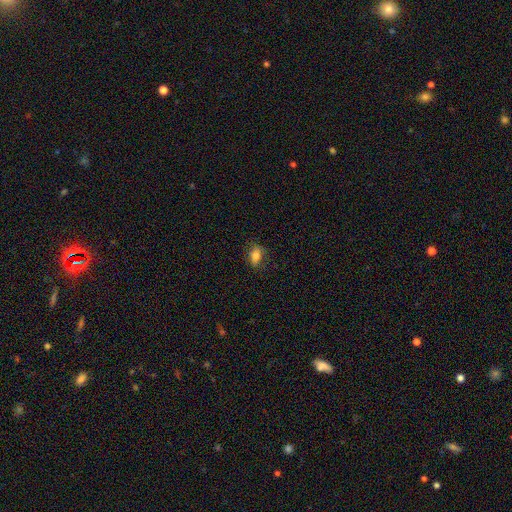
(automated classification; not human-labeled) smooth 80%, featured or disk 11%, star or artifact 9%. Down the decision tree: how rounded — in between (82%); merging — none (78%).